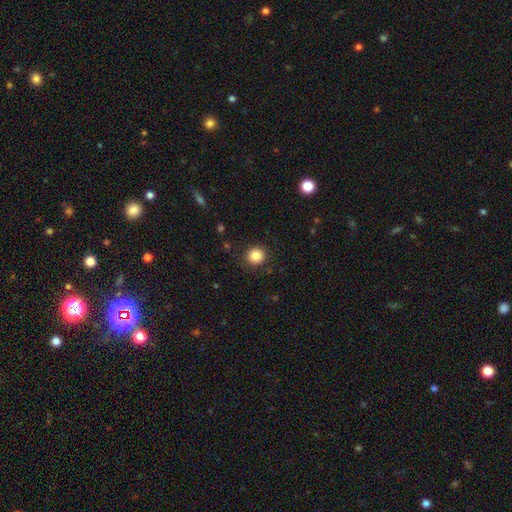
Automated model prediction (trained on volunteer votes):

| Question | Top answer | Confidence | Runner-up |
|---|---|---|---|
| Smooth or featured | smooth | 85% | star or artifact (10%) |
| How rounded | round | 93% | in between (6%) |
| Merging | none | 89% | minor disturbance (7%) |